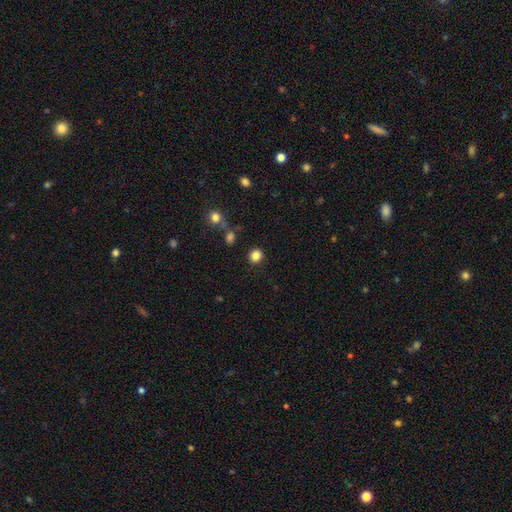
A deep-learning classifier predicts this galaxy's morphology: The model was most divided on "smooth or featured": smooth: 84%, star or artifact: 11%, featured or disk: 4%. More confident: merging — none (88%); how rounded — round (87%).